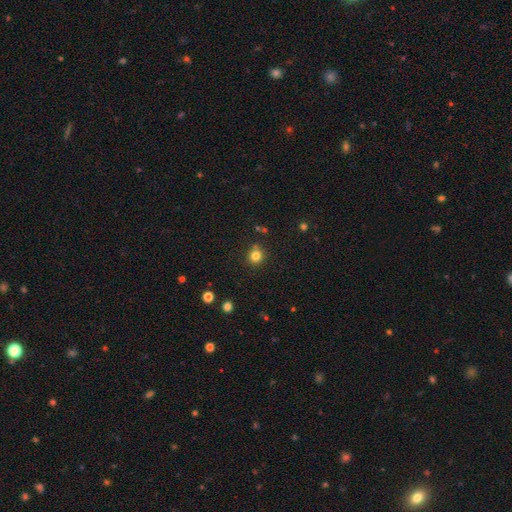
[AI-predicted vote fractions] Smooth or featured?
  - smooth: 81% *
  - star or artifact: 14%
  - featured or disk: 5%
How rounded?
  - round: 91% *
  - in between: 8%
  - cigar-shaped: 1%
Merging?
  - none: 85% *
  - minor disturbance: 8%
  - merger: 5%
  - major disturbance: 3%